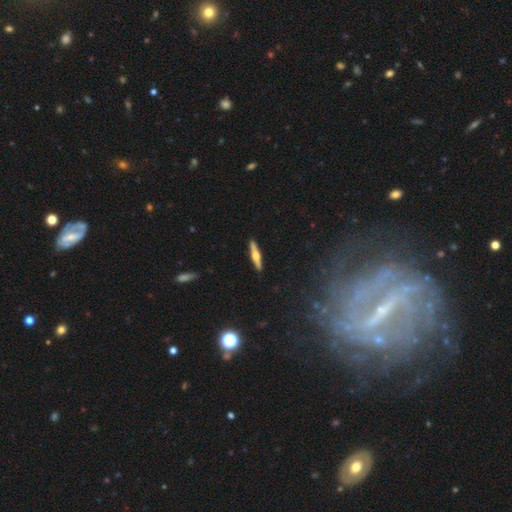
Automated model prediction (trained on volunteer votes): featured or disk 66%, smooth 28%, star or artifact 5%. Down the decision tree: edge-on disk — yes (97%); edge-on bulge — rounded (94%); merging — none (91%).